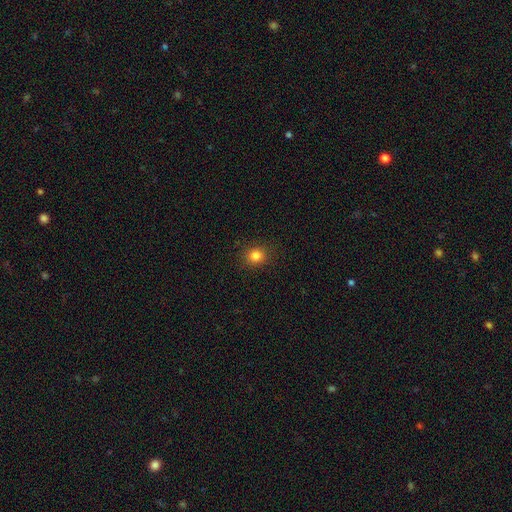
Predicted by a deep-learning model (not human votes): smooth 82%, star or artifact 13%, featured or disk 5%. Down the decision tree: how rounded — round (77%); merging — none (90%).